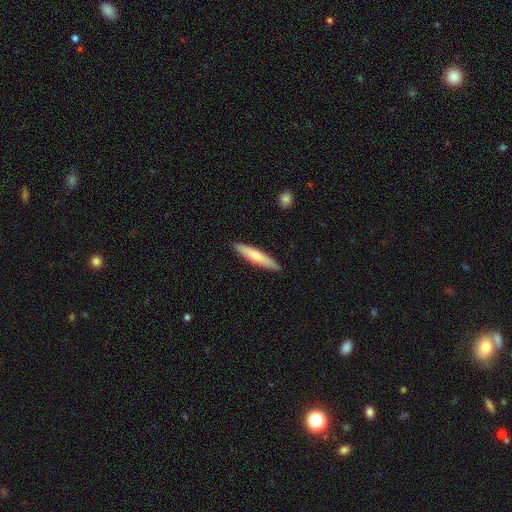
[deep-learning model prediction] Smooth or featured? smooth (65%)
How rounded? cigar-shaped (88%)
Merging? none (90%)